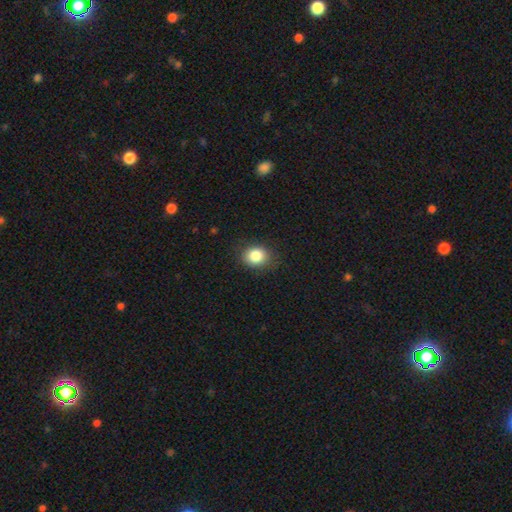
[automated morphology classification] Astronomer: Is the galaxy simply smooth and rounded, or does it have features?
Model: smooth — 84%.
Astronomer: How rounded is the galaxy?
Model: round — 60% (runner-up: in between, 39%).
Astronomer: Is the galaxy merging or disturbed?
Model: none — 85%.